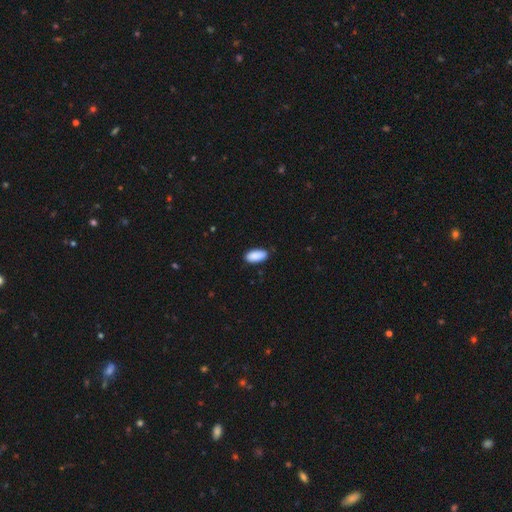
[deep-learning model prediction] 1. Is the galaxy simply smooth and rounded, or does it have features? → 91% smooth, 6% star or artifact, 3% featured or disk.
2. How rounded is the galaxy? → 92% in between, 6% cigar-shaped, 2% round.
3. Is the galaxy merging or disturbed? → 85% none, 12% minor disturbance, 2% major disturbance, 1% merger.